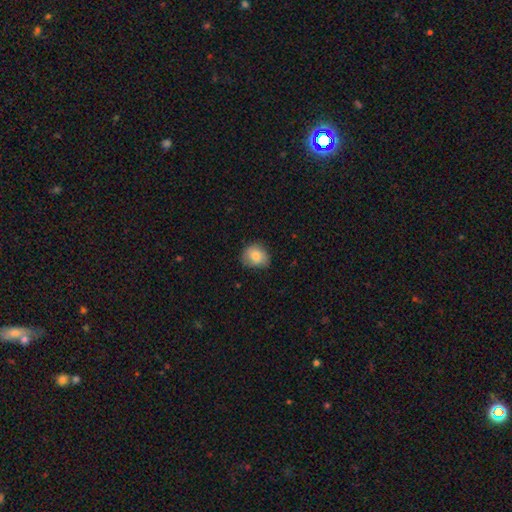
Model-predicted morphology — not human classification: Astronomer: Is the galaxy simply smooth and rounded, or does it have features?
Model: smooth — 81%.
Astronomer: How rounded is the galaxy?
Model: round — 67%.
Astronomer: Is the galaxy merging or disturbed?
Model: none — 68%.